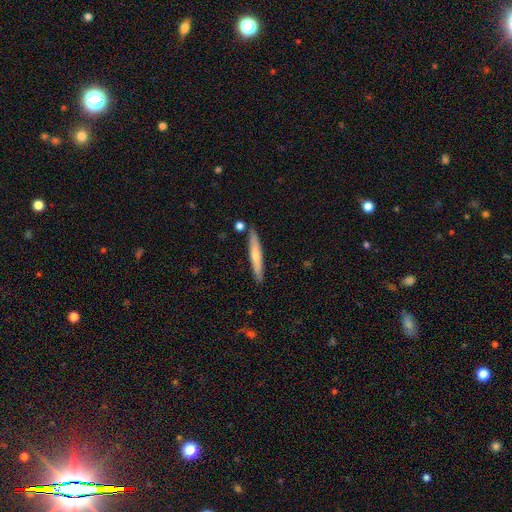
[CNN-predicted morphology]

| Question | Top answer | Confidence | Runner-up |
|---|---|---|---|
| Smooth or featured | smooth | 57% | featured or disk (38%) |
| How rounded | cigar-shaped | 94% | in between (5%) |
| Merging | none | 86% | minor disturbance (9%) |